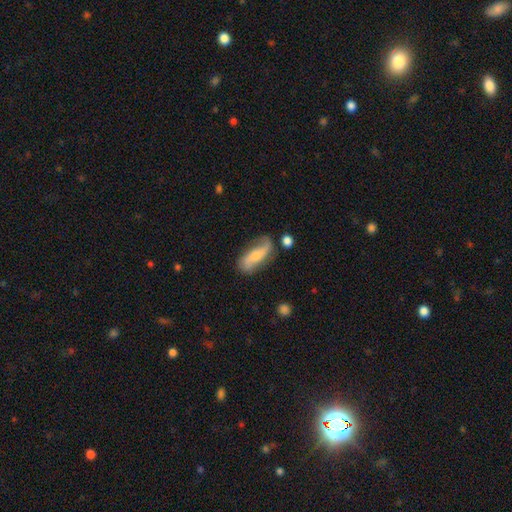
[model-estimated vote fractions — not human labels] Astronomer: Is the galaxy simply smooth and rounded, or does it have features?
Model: featured or disk — 63%.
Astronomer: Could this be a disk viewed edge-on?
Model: no — 87%.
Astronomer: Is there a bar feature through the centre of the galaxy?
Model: no — 51% (runner-up: weak, 31%).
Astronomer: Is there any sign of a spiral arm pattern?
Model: yes — 90%.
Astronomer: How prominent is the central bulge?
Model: moderate — 44% (runner-up: small, 42%).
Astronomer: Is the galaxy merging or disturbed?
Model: none — 68%.